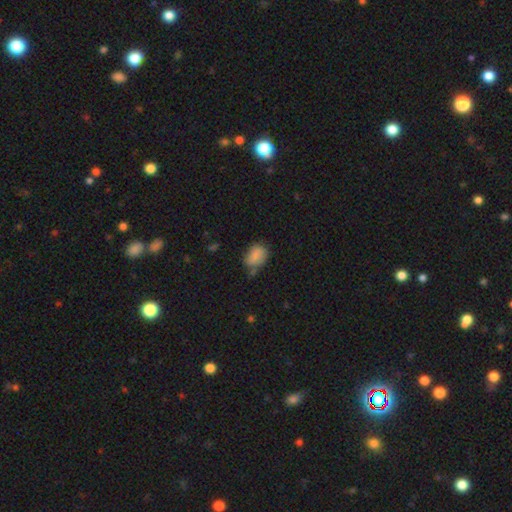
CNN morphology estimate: type=smooth (80%); roundness=in between (76%); merging=none (50%).